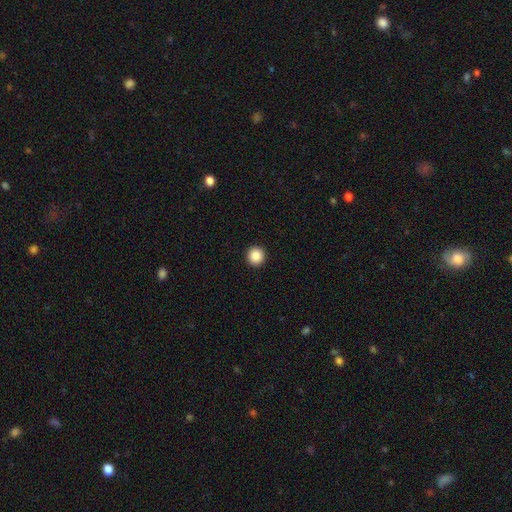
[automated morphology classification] Q: Smooth or featured?
A: smooth (88%); runner-up: star or artifact (9%)
Q: How rounded?
A: round (95%); runner-up: in between (4%)
Q: Merging?
A: none (94%); runner-up: minor disturbance (4%)